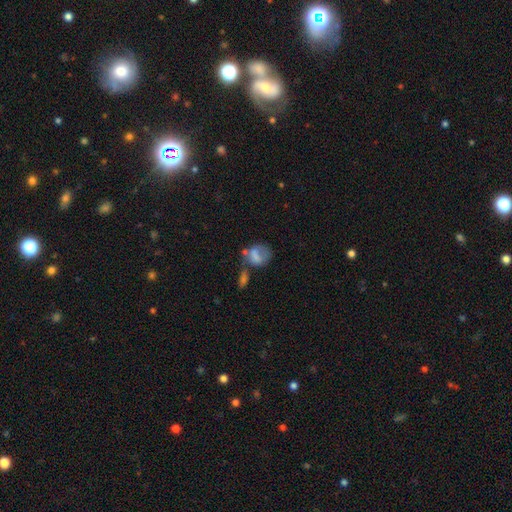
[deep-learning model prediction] This is likely a smooth galaxy (68%). How rounded: possibly in between (54%). Merging: marginally none (30%).